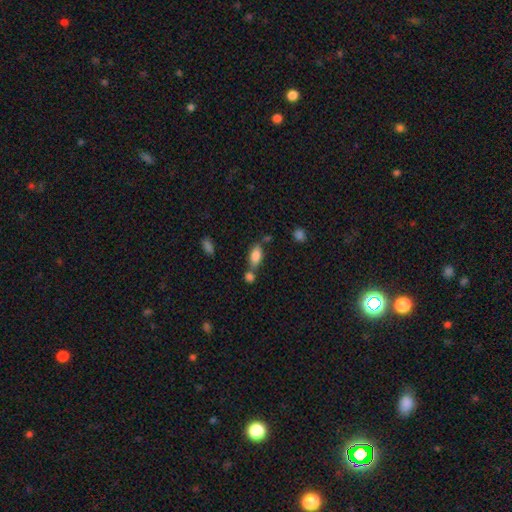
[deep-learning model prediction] A smooth galaxy with no disk features (83%) that is in between round and cigar-shaped (88%). Merging: none (52%).